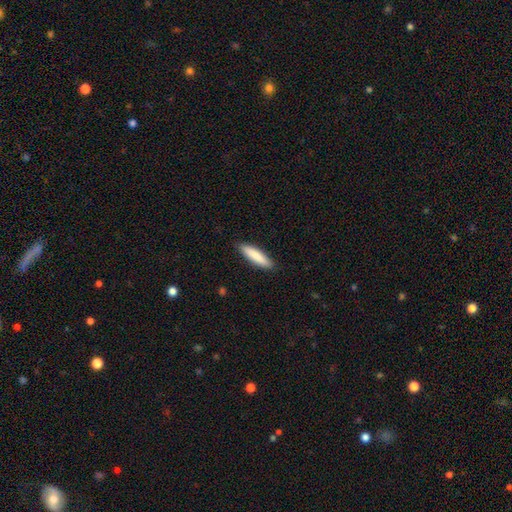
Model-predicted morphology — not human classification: Smooth or featured: smooth — 85% (featured or disk — 10%)
How rounded: cigar-shaped — 79% (in between — 20%)
Merging: none — 88% (minor disturbance — 9%)